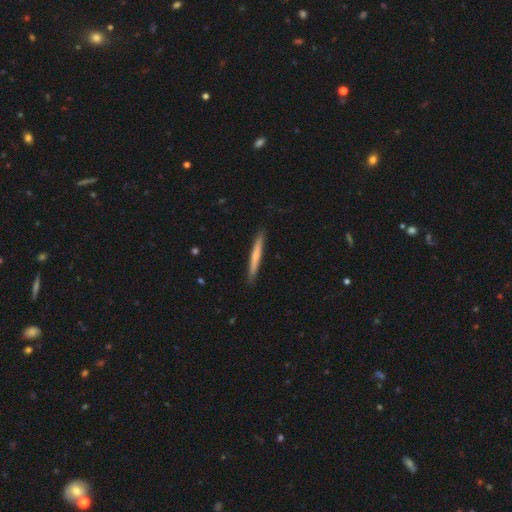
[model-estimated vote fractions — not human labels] The model was most divided on "smooth or featured": smooth: 62%, featured or disk: 33%, star or artifact: 5%. More confident: how rounded — cigar-shaped (97%); merging — none (90%).